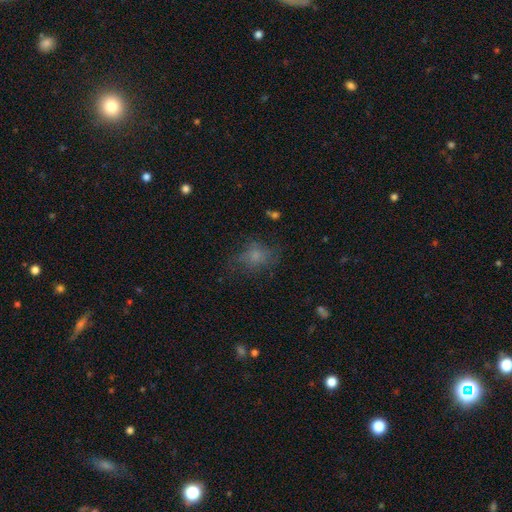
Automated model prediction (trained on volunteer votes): smooth_or_featured: smooth (p=0.59) [alt: featured or disk p=0.23]
how_rounded: in between (p=0.53) [alt: round p=0.45]
merging: none (p=0.54) [alt: minor disturbance p=0.22]